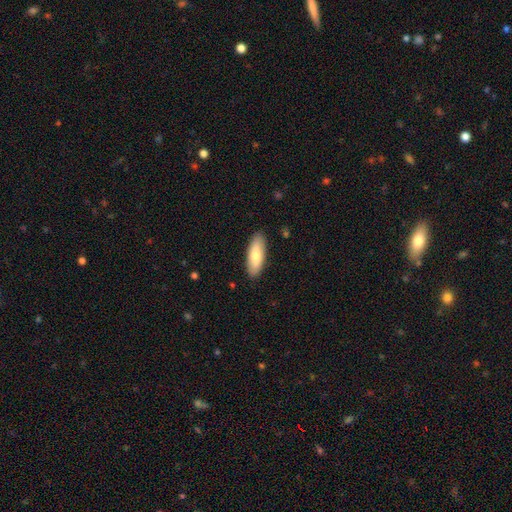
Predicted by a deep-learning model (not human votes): Smooth or featured?
  - smooth: 76% *
  - featured or disk: 18%
  - star or artifact: 5%
How rounded?
  - in between: 67% *
  - cigar-shaped: 32%
  - round: 2%
Merging?
  - none: 89% *
  - minor disturbance: 9%
  - major disturbance: 2%
  - merger: 1%